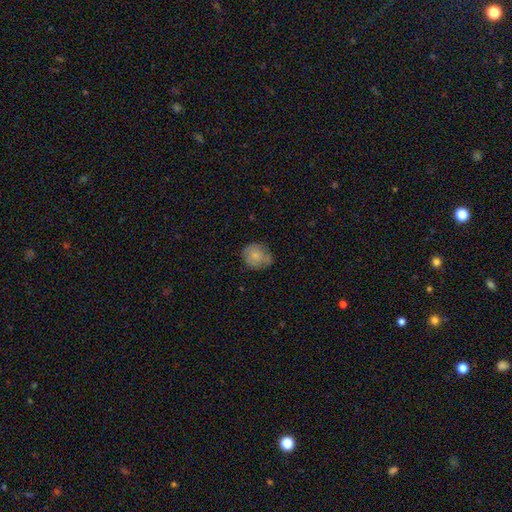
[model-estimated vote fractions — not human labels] Q: Smooth or featured?
A: smooth (74%); runner-up: featured or disk (18%)
Q: How rounded?
A: round (79%); runner-up: in between (20%)
Q: Merging?
A: none (64%); runner-up: minor disturbance (26%)